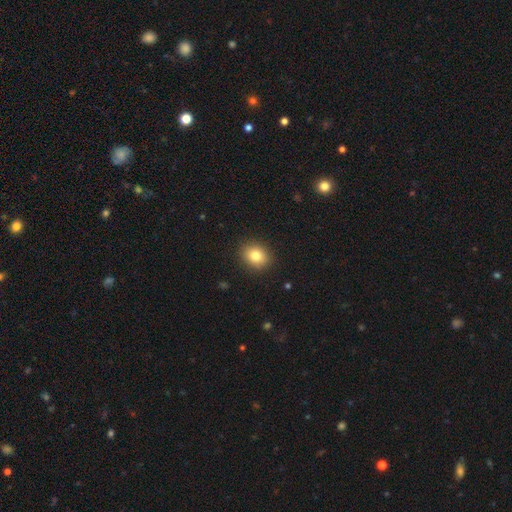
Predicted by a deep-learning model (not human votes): Smooth or featured? smooth (82%)
How rounded? round (57%)
Merging? none (89%)